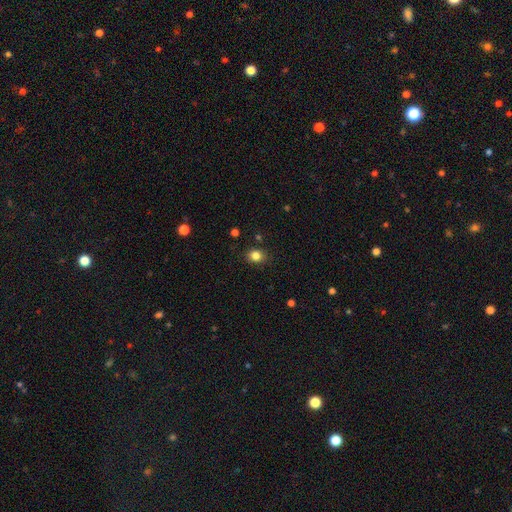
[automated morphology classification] The model was most divided on "how rounded": round: 62%, in between: 37%, cigar-shaped: 1%. More confident: merging — none (86%); smooth or featured — smooth (83%).